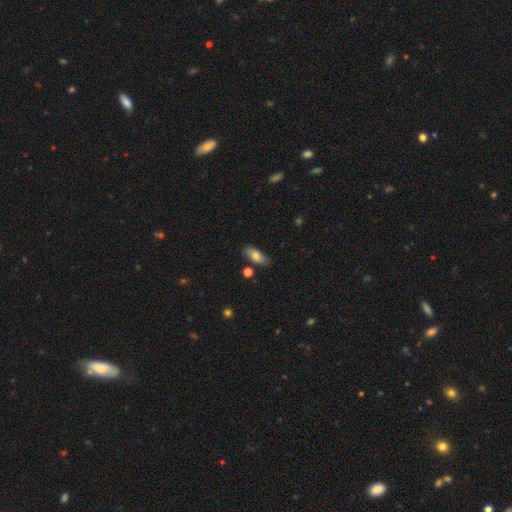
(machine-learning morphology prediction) type=smooth (73%); roundness=in between (77%); merging=none (78%).